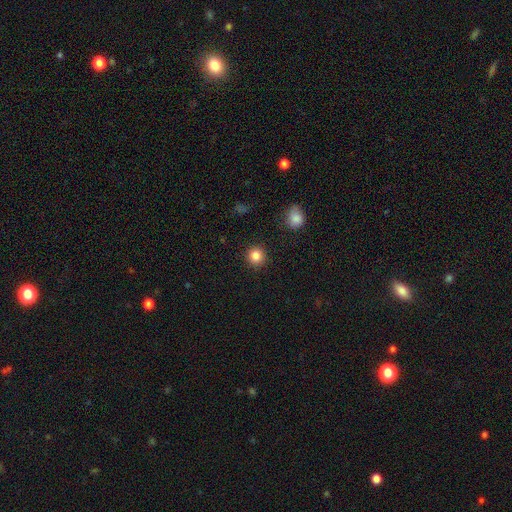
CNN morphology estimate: Q: Smooth or featured?
A: smooth (85%); runner-up: star or artifact (11%)
Q: How rounded?
A: round (94%); runner-up: in between (5%)
Q: Merging?
A: none (92%); runner-up: minor disturbance (5%)